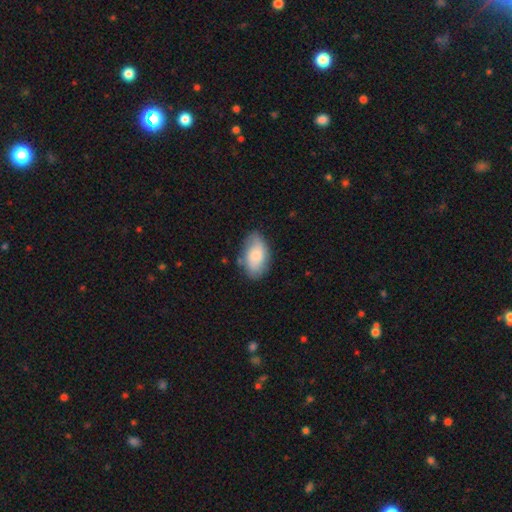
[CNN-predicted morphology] Overall: smooth (75%). How rounded: in between (93%). Merging: none (72%).